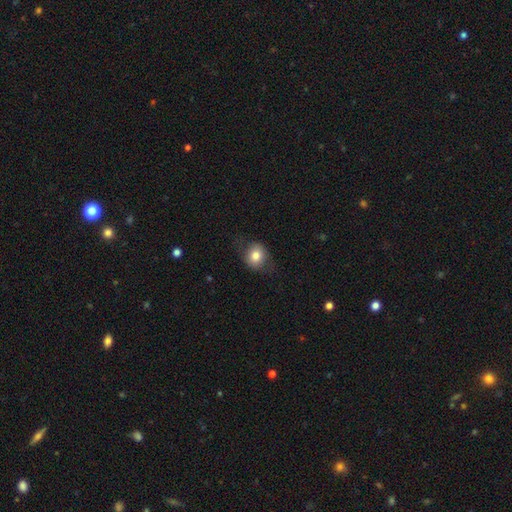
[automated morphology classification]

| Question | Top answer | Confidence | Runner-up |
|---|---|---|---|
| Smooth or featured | smooth | 78% | featured or disk (14%) |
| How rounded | round | 65% | in between (34%) |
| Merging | none | 70% | minor disturbance (21%) |